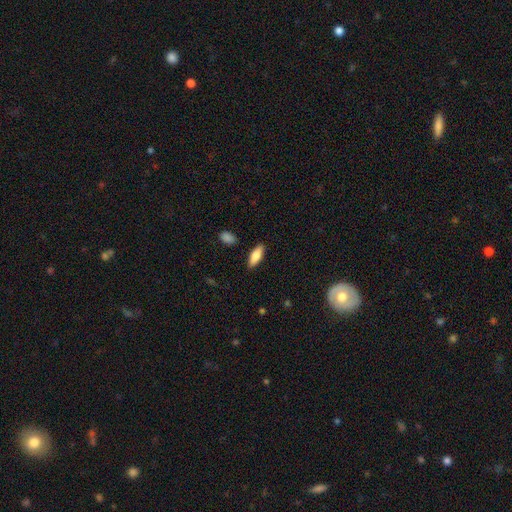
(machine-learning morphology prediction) A smooth galaxy with no disk features (79%) that is in between round and cigar-shaped (69%). Merging: none (87%).